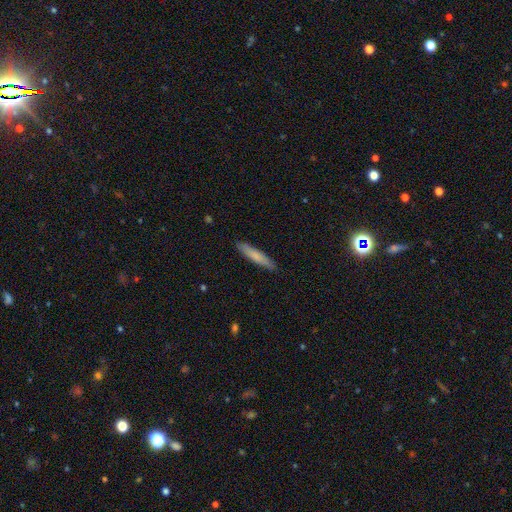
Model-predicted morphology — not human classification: Overall: smooth (74%). How rounded: cigar-shaped (91%). Merging: none (89%).